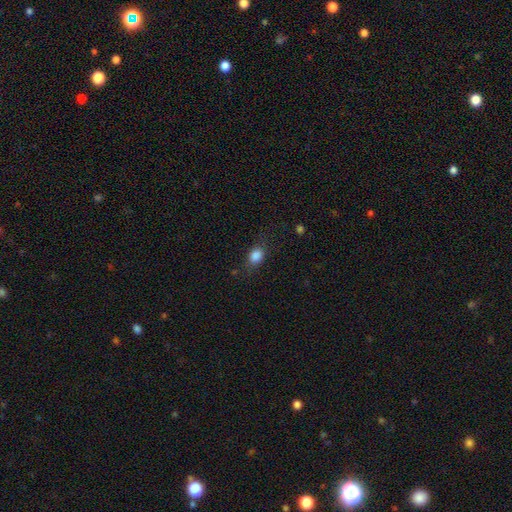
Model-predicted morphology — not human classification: smooth-or-featured: smooth: 85% | star or artifact: 10% | featured or disk: 6%
  how-rounded: in between: 62% | round: 36% | cigar-shaped: 3%
  merging: none: 70% | minor disturbance: 21% | major disturbance: 8% | merger: 1%